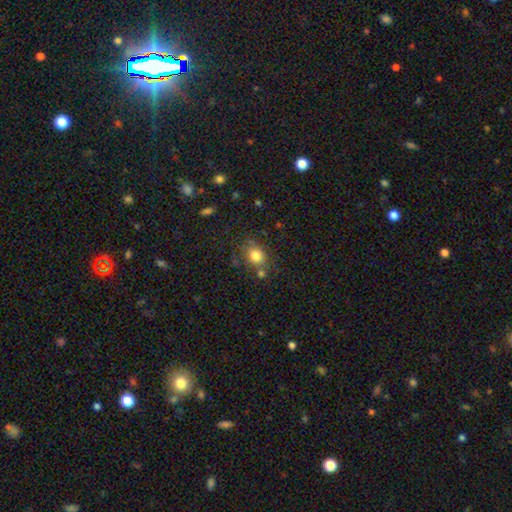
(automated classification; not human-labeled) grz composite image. It shows a smooth galaxy with no disk features (80%) that is round (54%). Merging: none (64%).